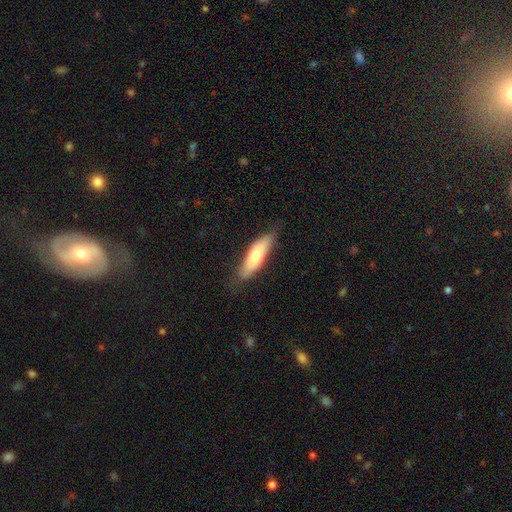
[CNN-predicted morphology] smooth 71%, featured or disk 24%, star or artifact 5%. Down the decision tree: how rounded — cigar-shaped (55%); merging — none (75%).